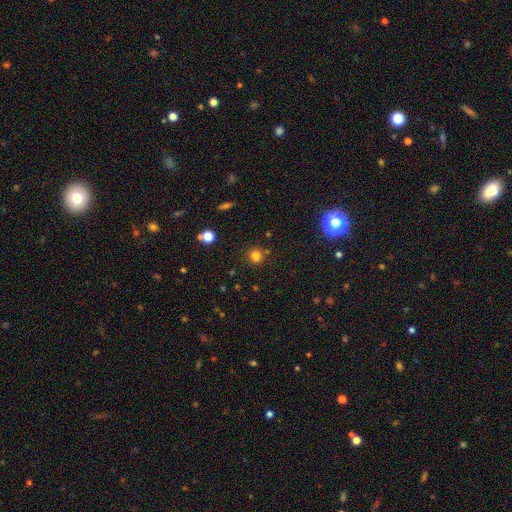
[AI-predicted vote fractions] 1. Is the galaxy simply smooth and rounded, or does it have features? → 78% smooth, 17% star or artifact, 5% featured or disk.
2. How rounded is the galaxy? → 88% round, 11% in between, 1% cigar-shaped.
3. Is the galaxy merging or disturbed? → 82% none, 9% minor disturbance, 5% merger, 3% major disturbance.